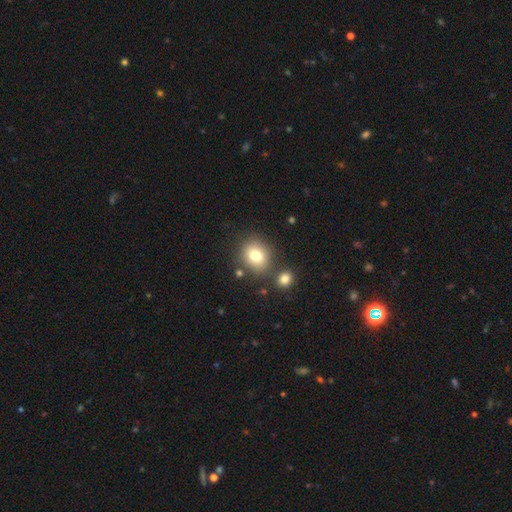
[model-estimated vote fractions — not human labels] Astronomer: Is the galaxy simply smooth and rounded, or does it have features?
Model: smooth — 78%.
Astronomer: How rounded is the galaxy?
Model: round — 70%.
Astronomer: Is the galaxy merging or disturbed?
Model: none — 74%.